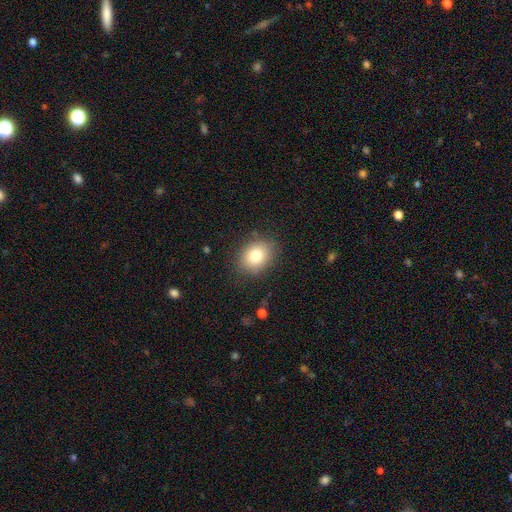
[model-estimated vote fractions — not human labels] This is likely a smooth galaxy (79%). How rounded: possibly in between (51%). Merging: clearly none (84%).